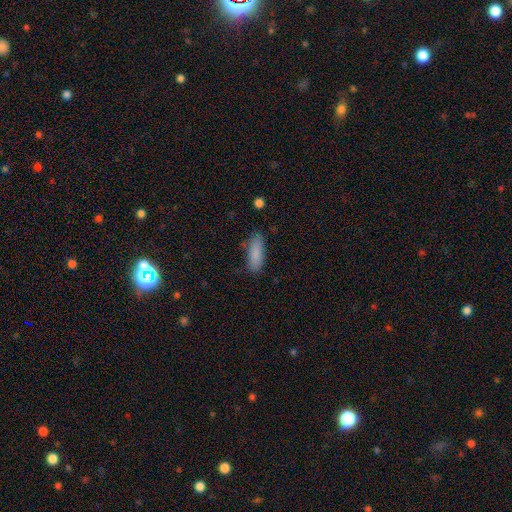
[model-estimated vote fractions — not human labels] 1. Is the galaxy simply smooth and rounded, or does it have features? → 87% smooth, 7% star or artifact, 7% featured or disk.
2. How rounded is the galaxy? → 66% in between, 32% cigar-shaped, 2% round.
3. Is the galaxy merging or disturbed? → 78% none, 17% minor disturbance, 4% major disturbance, 2% merger.